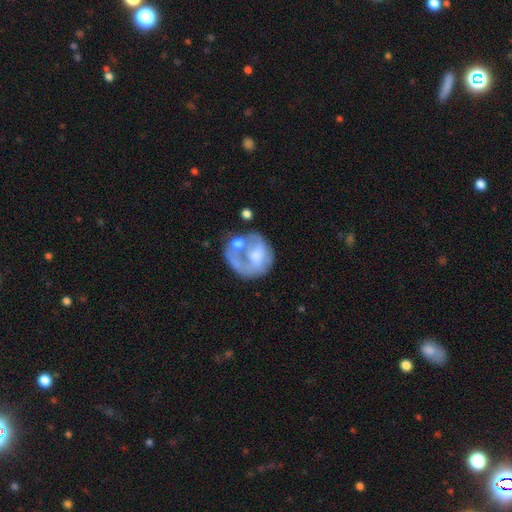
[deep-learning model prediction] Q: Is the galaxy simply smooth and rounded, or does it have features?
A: featured or disk — 56%.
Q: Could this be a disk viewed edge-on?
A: no — 98%.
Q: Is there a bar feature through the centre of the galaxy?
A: no — 78%.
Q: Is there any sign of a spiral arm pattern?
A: no — 69%.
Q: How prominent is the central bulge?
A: moderate — 35%.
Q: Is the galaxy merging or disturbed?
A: major disturbance — 32%.